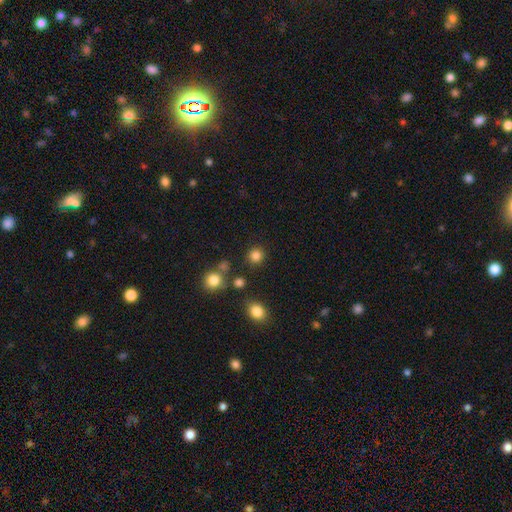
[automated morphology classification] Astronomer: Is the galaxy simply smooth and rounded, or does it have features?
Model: smooth — 84%.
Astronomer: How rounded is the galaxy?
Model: round — 91%.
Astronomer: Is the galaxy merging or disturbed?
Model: none — 87%.